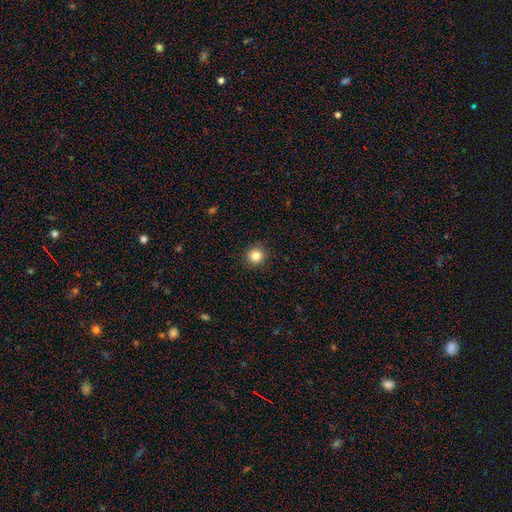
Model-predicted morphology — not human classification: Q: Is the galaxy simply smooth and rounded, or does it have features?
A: smooth — 84%.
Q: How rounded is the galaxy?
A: round — 92%.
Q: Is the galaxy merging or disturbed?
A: none — 91%.